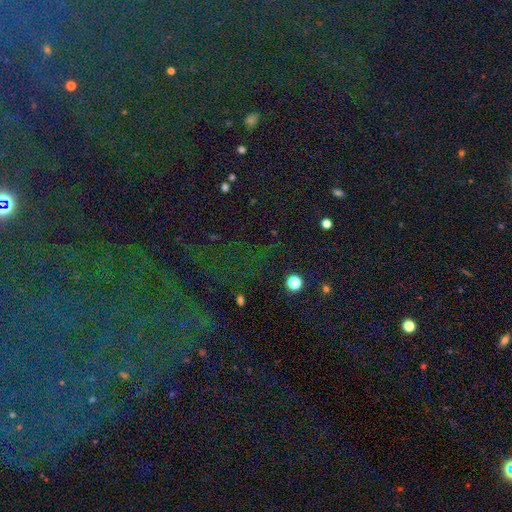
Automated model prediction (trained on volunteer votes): smooth-or-featured: star or artifact: 82% | smooth: 10% | featured or disk: 8%